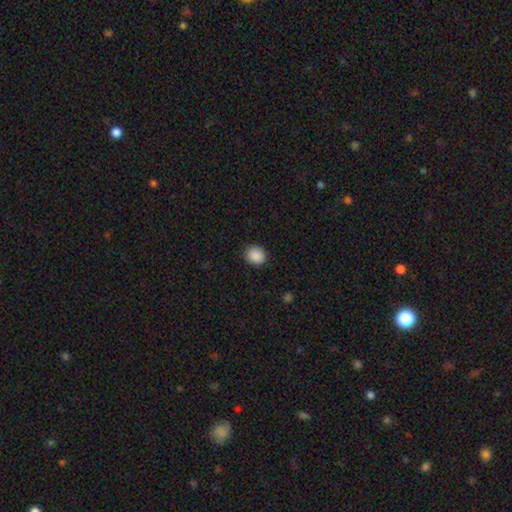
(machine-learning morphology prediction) smooth_or_featured: smooth (p=0.89) [alt: star or artifact p=0.08]
how_rounded: round (p=0.74) [alt: in between p=0.25]
merging: none (p=0.89) [alt: minor disturbance p=0.07]